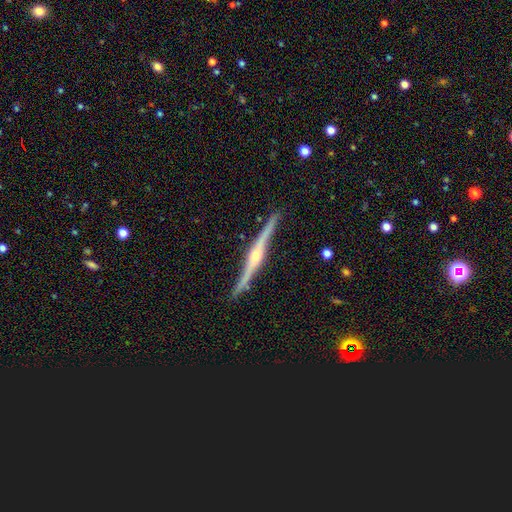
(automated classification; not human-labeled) smooth_or_featured: featured or disk (p=0.88) [alt: smooth p=0.07]
disk_edge_on: yes (p=0.98) [alt: no p=0.02]
edge_on_bulge: rounded (p=0.90) [alt: boxy p=0.05]
merging: none (p=0.88) [alt: minor disturbance p=0.09]